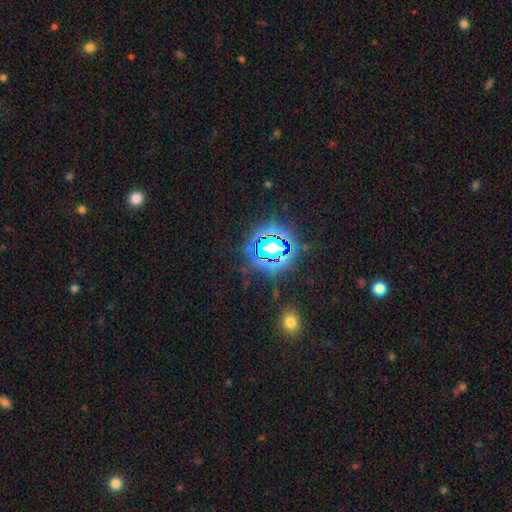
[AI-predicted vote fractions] star or artifact 82%, smooth 12%, featured or disk 6%.